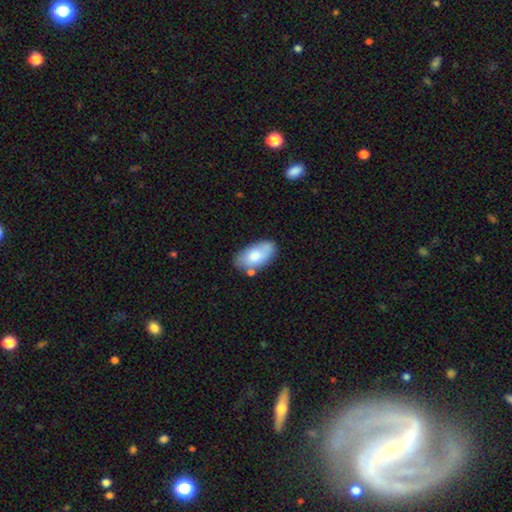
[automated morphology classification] smooth-or-featured: smooth: 76% | featured or disk: 18% | star or artifact: 6%
  how-rounded: in between: 94% | round: 3% | cigar-shaped: 2%
  merging: none: 64% | minor disturbance: 21% | merger: 10% | major disturbance: 5%